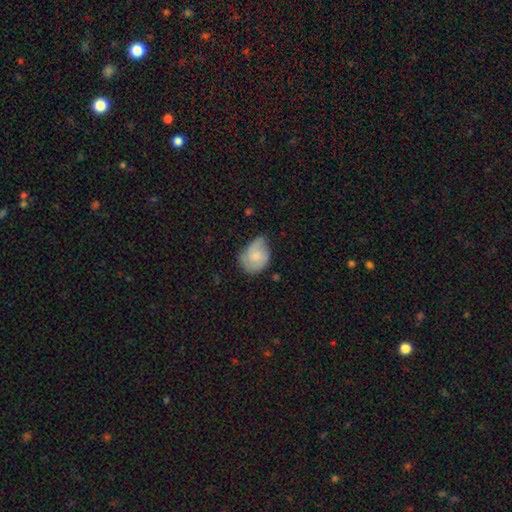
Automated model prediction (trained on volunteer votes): Smooth or featured? smooth (62%)
How rounded? in between (60%)
Merging? minor disturbance (47%)